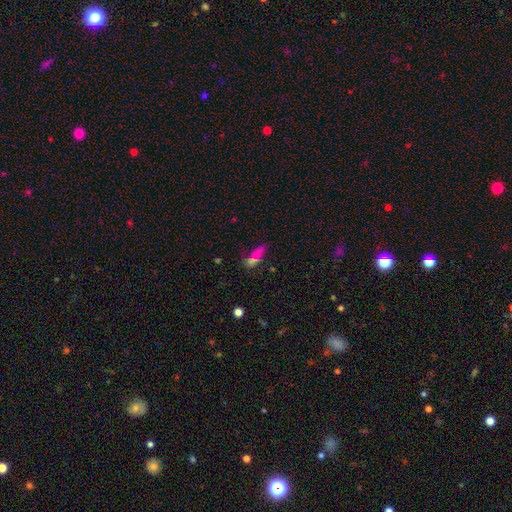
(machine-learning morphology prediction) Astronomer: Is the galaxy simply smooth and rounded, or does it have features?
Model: smooth — 61%.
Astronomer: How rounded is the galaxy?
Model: in between — 58% (runner-up: cigar-shaped, 35%).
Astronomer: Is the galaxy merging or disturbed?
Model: none — 40% (runner-up: merger, 31%).